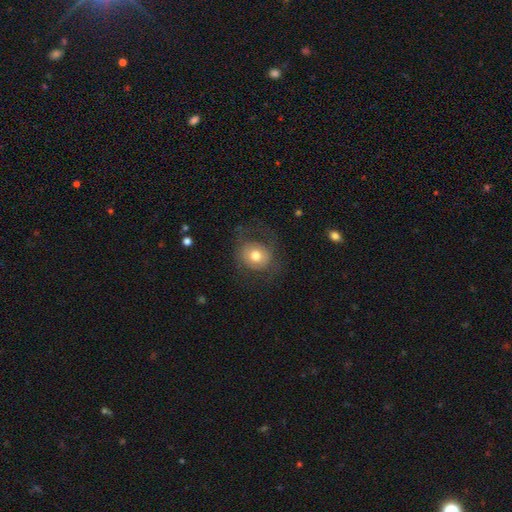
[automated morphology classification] smooth_or_featured: smooth (p=0.63) [alt: featured or disk p=0.29]
how_rounded: round (p=0.77) [alt: in between p=0.22]
merging: none (p=0.62) [alt: major disturbance p=0.20]